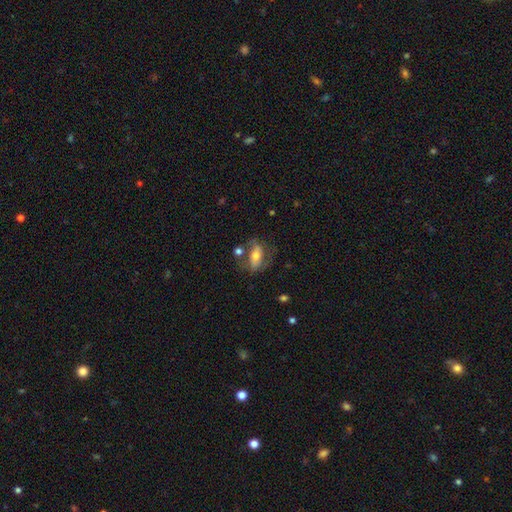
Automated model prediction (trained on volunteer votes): smooth-or-featured: smooth: 46% (tied) | featured or disk: 46% (tied) | star or artifact: 8%
  merging: none: 53% | minor disturbance: 21% | major disturbance: 16% | merger: 11%